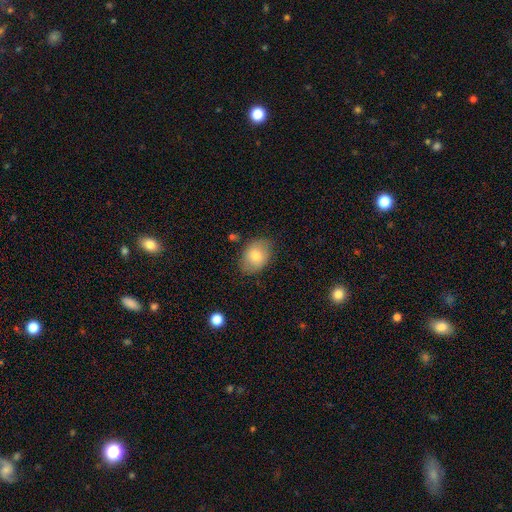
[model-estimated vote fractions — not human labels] Smooth or featured: smooth — 77% (featured or disk — 16%)
How rounded: in between — 80% (round — 19%)
Merging: none — 79% (minor disturbance — 16%)